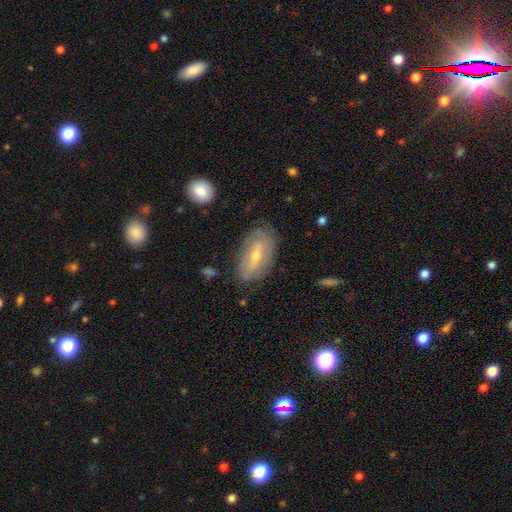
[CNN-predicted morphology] The model was most divided on "smooth or featured": featured or disk: 54%, smooth: 38%, star or artifact: 8%. More confident: edge-on disk — no (83%); merging — none (76%).